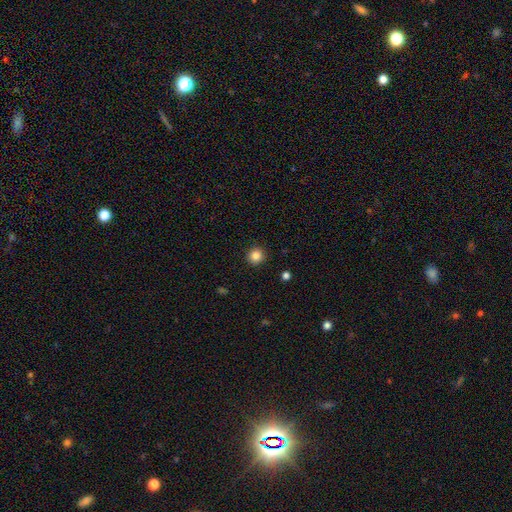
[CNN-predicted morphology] The model was most divided on "smooth or featured": smooth: 85%, star or artifact: 11%, featured or disk: 4%. More confident: how rounded — round (93%); merging — none (92%).